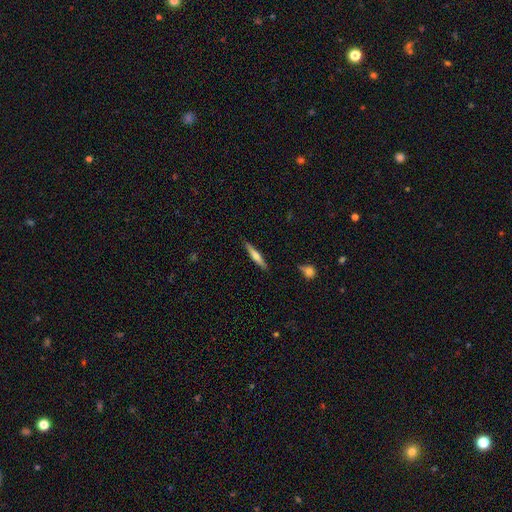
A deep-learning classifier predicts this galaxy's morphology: Q: Smooth or featured?
A: smooth (49%); runner-up: featured or disk (45%)
Q: Merging?
A: none (87%); runner-up: minor disturbance (9%)